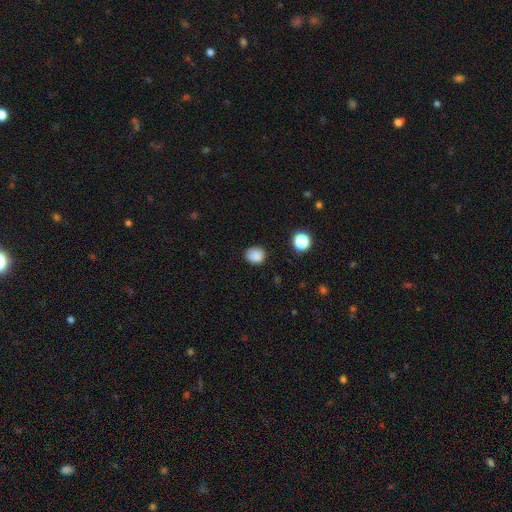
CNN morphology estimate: A smooth galaxy with no disk features (84%) that is round (68%).

Vote fractions:
- Smooth or featured? smooth: 84% / star or artifact: 11% / featured or disk: 5%
- How rounded? round: 68% / in between: 31% / cigar-shaped: 1%
- Merging? none: 78% / minor disturbance: 16% / major disturbance: 4% / merger: 2%